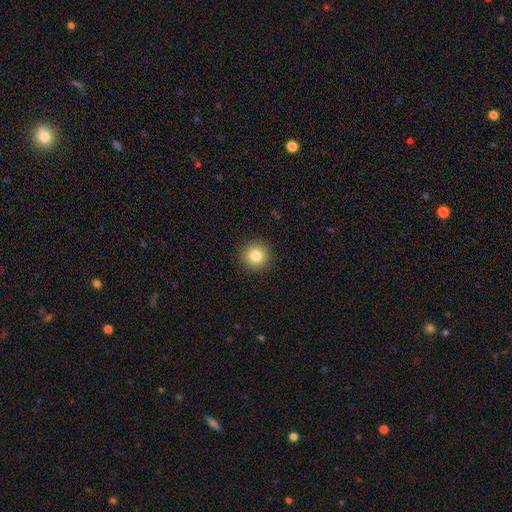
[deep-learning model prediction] smooth-or-featured: smooth: 82% | star or artifact: 11% | featured or disk: 7%
  how-rounded: round: 95% | in between: 4% | cigar-shaped: 1%
  merging: none: 92% | minor disturbance: 5% | major disturbance: 2% | merger: 1%